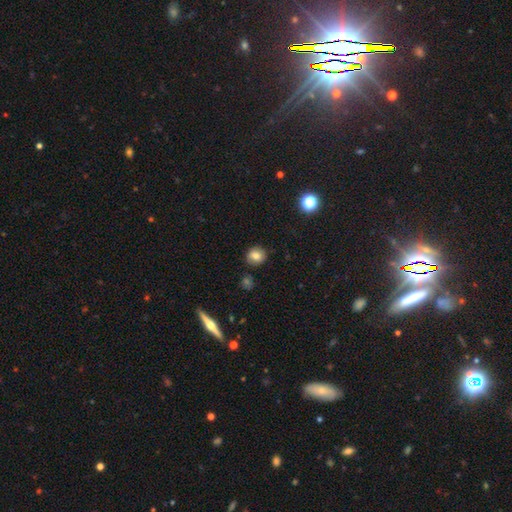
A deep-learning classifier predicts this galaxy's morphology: smooth_or_featured: smooth (p=0.80) [alt: star or artifact p=0.11]
how_rounded: round (p=0.79) [alt: in between p=0.20]
merging: none (p=0.85) [alt: minor disturbance p=0.10]